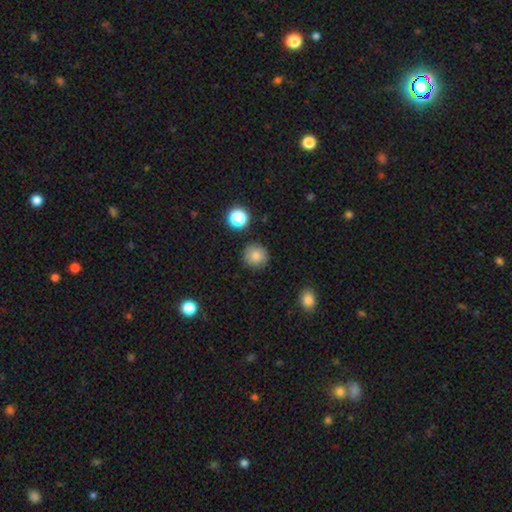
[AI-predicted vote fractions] smooth-or-featured: smooth: 82% | star or artifact: 11% | featured or disk: 7%
  how-rounded: round: 93% | in between: 6% | cigar-shaped: 1%
  merging: none: 88% | minor disturbance: 8% | major disturbance: 2% | merger: 2%